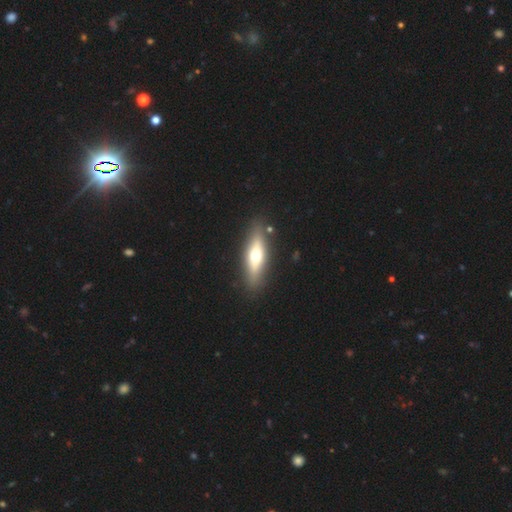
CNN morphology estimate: Smooth or featured? Predicted: smooth (p=0.48). Merging? Predicted: none (p=0.86).